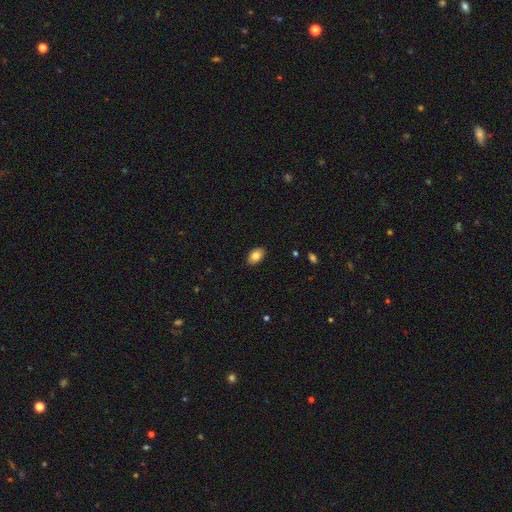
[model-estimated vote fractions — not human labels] Smooth or featured? Predicted: smooth (p=0.84). How rounded? Predicted: in between (p=0.90). Merging? Predicted: none (p=0.89).